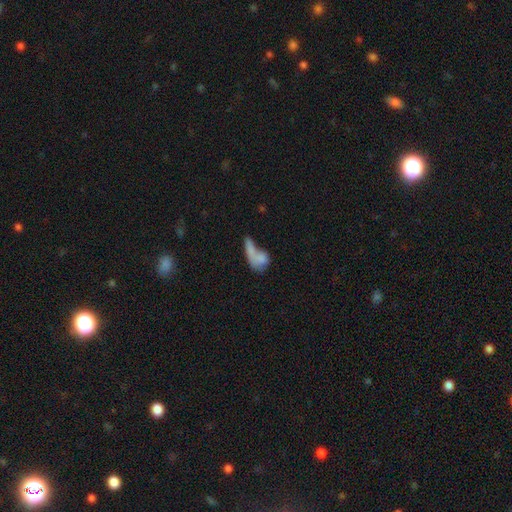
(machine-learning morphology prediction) This is likely a smooth galaxy (69%). How rounded: likely in between (63%). Merging: possibly merger (49%).